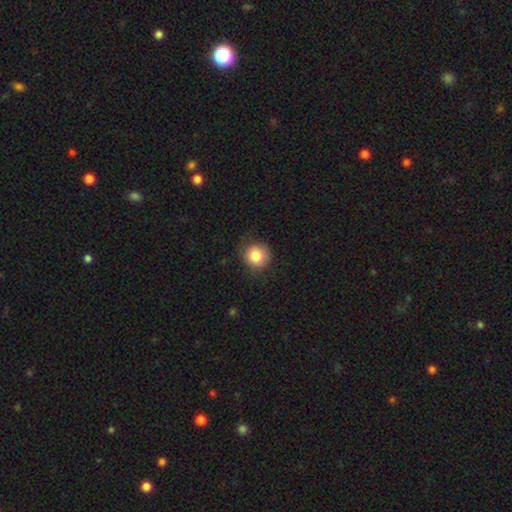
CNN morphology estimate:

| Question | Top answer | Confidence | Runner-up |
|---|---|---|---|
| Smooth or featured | smooth | 84% | star or artifact (9%) |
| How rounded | round | 89% | in between (10%) |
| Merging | none | 83% | minor disturbance (13%) |